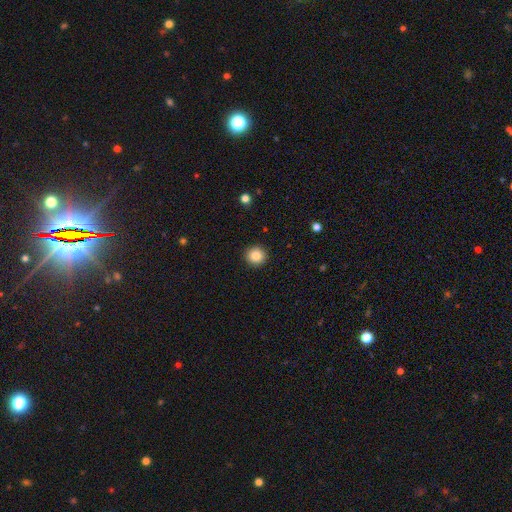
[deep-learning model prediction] Smooth or featured?
  - smooth: 85% *
  - star or artifact: 10%
  - featured or disk: 5%
How rounded?
  - round: 92% *
  - in between: 7%
  - cigar-shaped: 1%
Merging?
  - none: 92% *
  - minor disturbance: 5%
  - major disturbance: 2%
  - merger: 1%